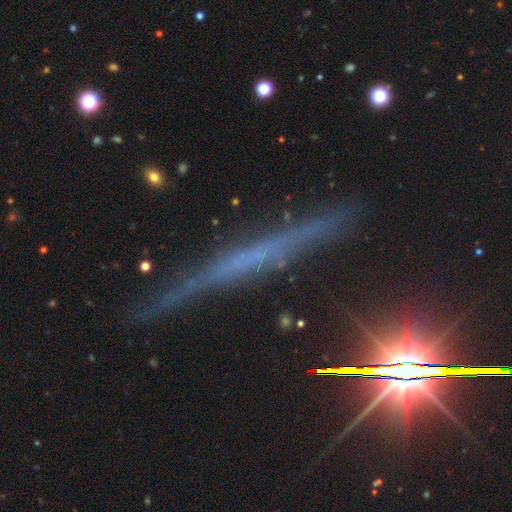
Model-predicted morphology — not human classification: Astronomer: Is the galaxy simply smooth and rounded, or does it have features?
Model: featured or disk — 60%.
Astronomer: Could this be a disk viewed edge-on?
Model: yes — 95%.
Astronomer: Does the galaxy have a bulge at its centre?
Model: none — 73%.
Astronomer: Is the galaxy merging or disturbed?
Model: none — 81%.